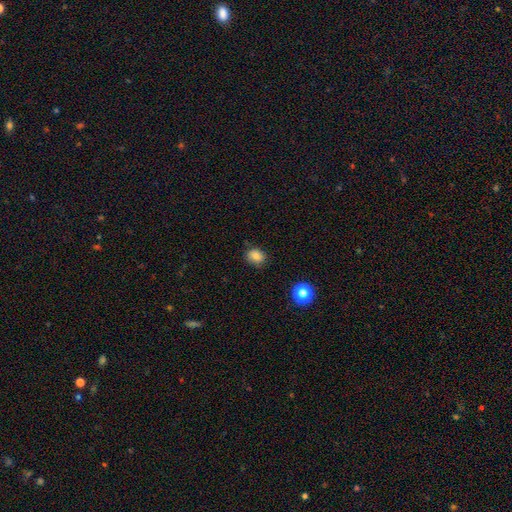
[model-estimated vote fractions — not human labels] This appears to be a smooth galaxy with no disk features (82%) that is round (60%). Merging: none (81%).